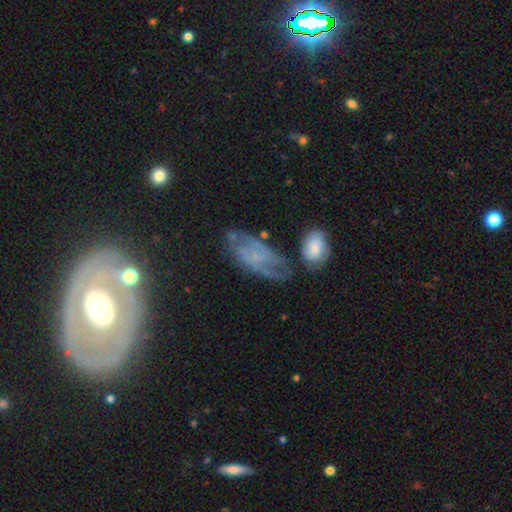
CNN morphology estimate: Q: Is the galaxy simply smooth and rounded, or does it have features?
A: featured or disk — 68%.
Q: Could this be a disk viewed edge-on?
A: no — 93%.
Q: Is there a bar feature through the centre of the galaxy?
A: no — 57%.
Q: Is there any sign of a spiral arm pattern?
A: yes — 83%.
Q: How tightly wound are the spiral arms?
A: medium — 43%.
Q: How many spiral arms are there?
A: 2 — 54%.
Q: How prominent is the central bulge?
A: none — 44%.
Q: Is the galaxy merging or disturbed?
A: none — 55%.